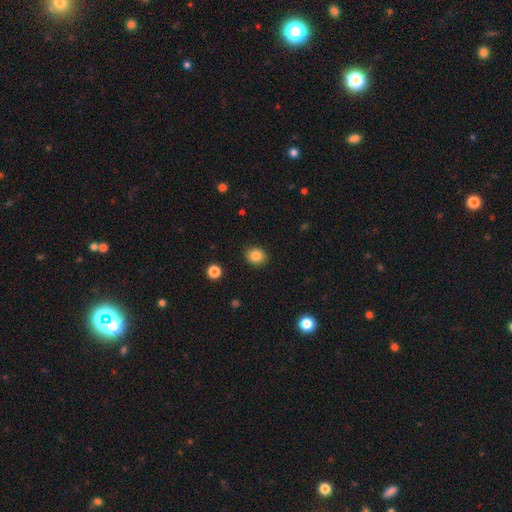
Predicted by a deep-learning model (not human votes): smooth_or_featured: smooth (p=0.85) [alt: star or artifact p=0.10]
how_rounded: round (p=0.63) [alt: in between p=0.36]
merging: none (p=0.90) [alt: minor disturbance p=0.07]